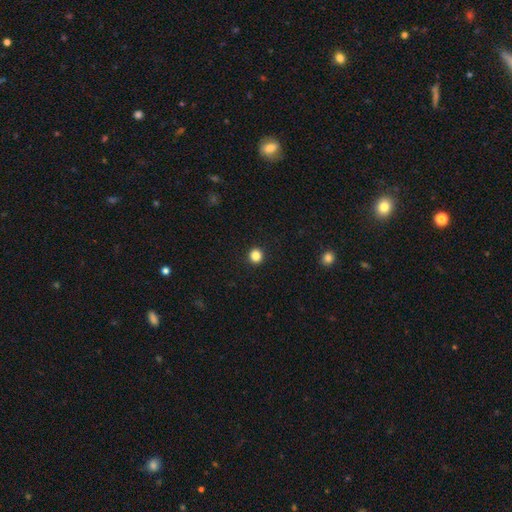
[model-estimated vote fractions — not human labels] Morphology: type=smooth (85%); roundness=round (93%); merging=none (94%).